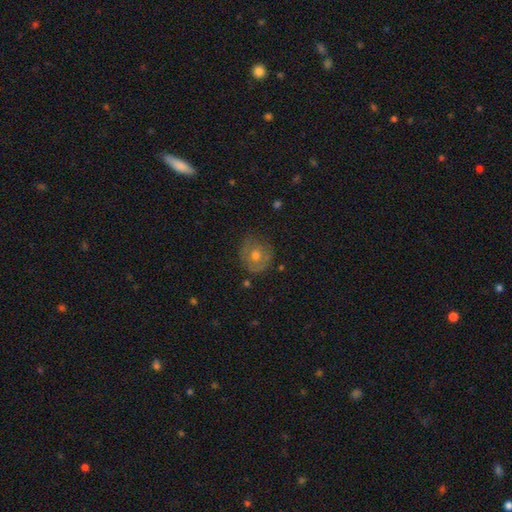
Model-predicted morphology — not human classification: The model was most divided on "smooth or featured": smooth: 44%, featured or disk: 43%, star or artifact: 13%. More confident: merging — none (75%).